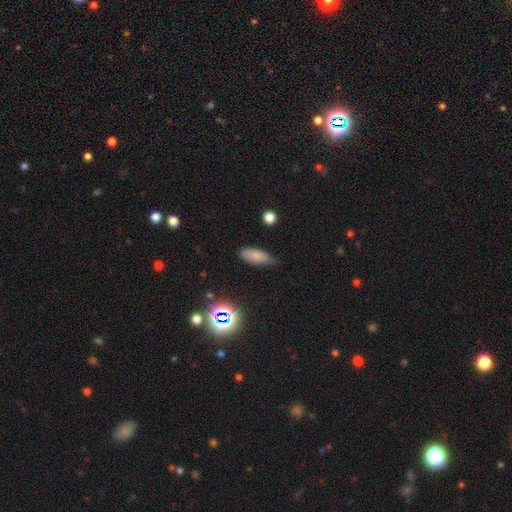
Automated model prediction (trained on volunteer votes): Smooth or featured? smooth (78%)
How rounded? in between (76%)
Merging? none (64%)